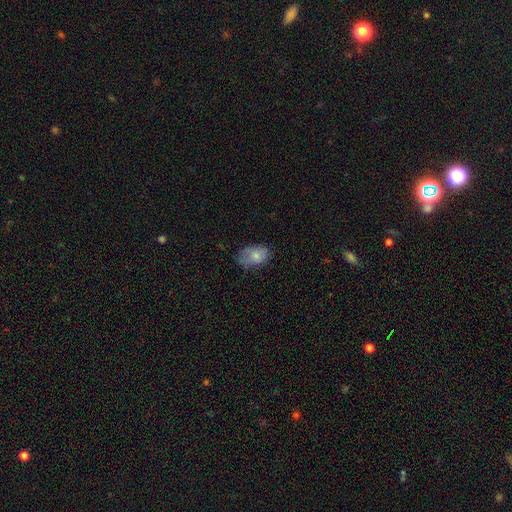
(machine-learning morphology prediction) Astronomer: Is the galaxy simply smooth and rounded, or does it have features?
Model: smooth — 77%.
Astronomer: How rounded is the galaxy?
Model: in between — 86%.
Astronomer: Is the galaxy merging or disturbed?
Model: none — 53% (runner-up: minor disturbance, 34%).